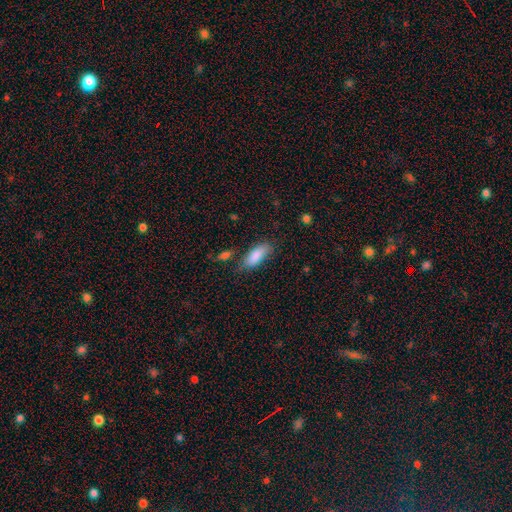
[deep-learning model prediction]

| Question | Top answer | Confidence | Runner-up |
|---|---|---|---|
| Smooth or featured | smooth | 85% | featured or disk (8%) |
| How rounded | in between | 78% | cigar-shaped (20%) |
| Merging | none | 67% | minor disturbance (21%) |